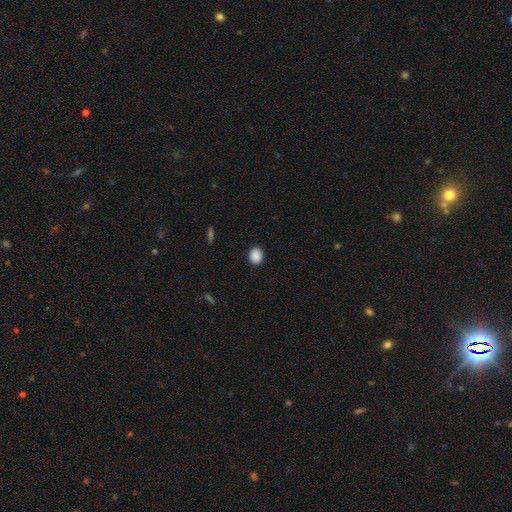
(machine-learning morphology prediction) smooth_or_featured: smooth (p=0.89) [alt: star or artifact p=0.09]
how_rounded: round (p=0.61) [alt: in between p=0.38]
merging: none (p=0.89) [alt: minor disturbance p=0.08]